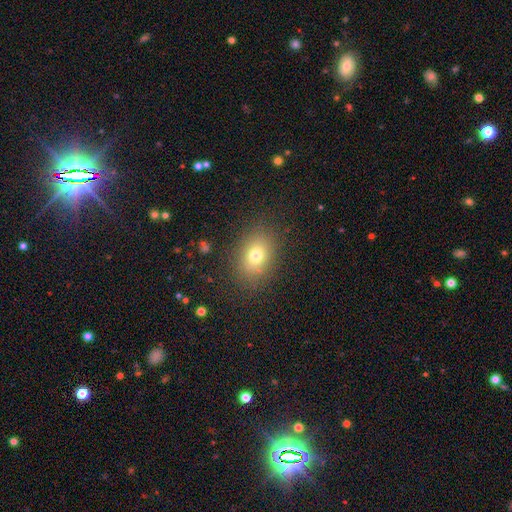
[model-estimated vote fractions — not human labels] smooth-or-featured: smooth: 74% | star or artifact: 13% | featured or disk: 12%
  how-rounded: in between: 67% | round: 32% | cigar-shaped: 1%
  merging: none: 85% | minor disturbance: 10% | major disturbance: 4% | merger: 1%